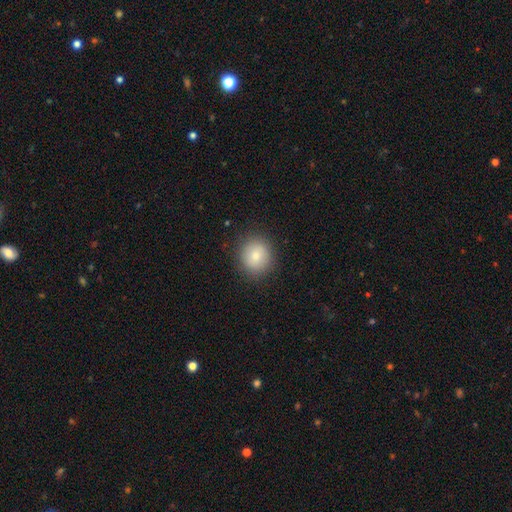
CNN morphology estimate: type=smooth (82%); roundness=round (86%); merging=none (88%).